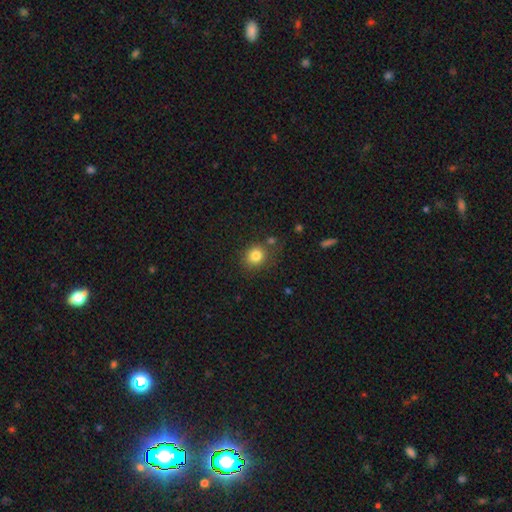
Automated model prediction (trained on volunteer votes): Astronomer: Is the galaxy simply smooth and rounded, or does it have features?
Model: smooth — 82%.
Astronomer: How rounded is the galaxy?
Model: round — 73%.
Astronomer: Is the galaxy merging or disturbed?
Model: none — 75%.